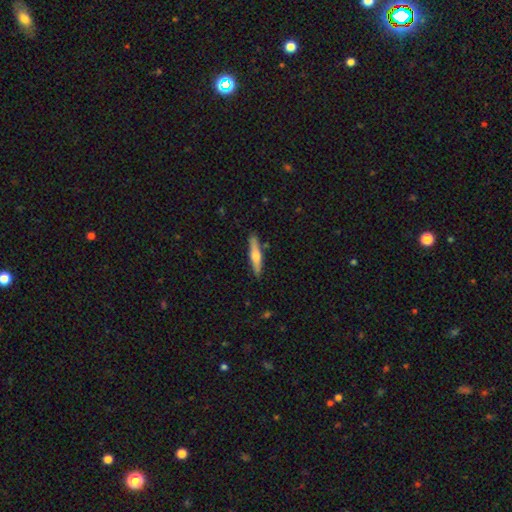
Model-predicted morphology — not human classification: A smooth galaxy with no disk features (52%) that is cigar-shaped (85%). Merging: none (87%).